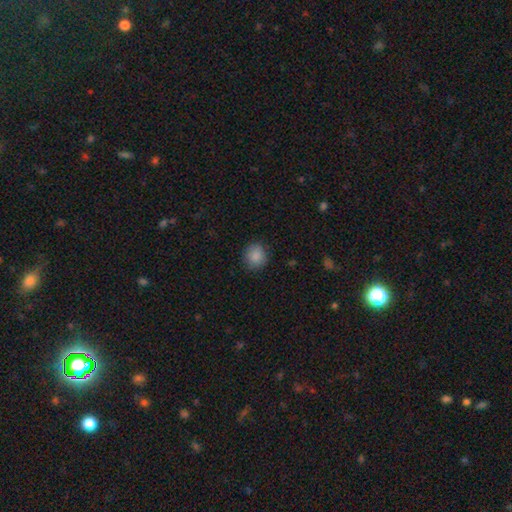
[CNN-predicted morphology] Smooth or featured?
  - smooth: 87% *
  - star or artifact: 9%
  - featured or disk: 4%
How rounded?
  - round: 86% *
  - in between: 13%
  - cigar-shaped: 1%
Merging?
  - none: 86% *
  - minor disturbance: 10%
  - major disturbance: 3%
  - merger: 1%